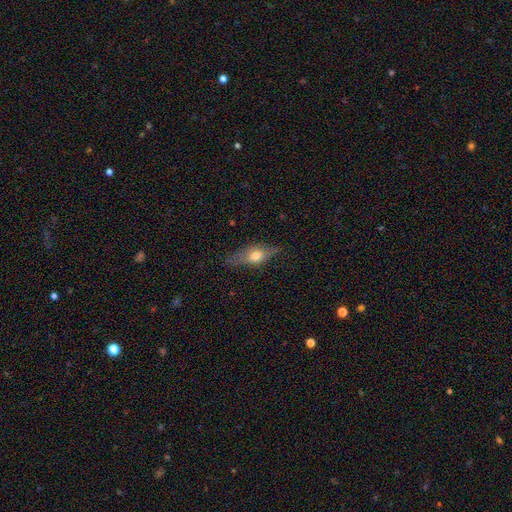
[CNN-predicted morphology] Smooth or featured? Predicted: smooth (p=0.54). How rounded? Predicted: in between (p=0.63). Merging? Predicted: none (p=0.72).